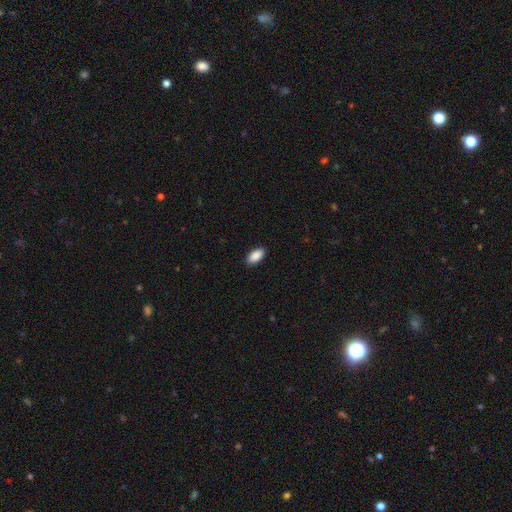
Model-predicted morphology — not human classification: A smooth galaxy with no disk features (90%) that is in between round and cigar-shaped (93%).

Vote fractions:
- Smooth or featured? smooth: 90% / star or artifact: 6% / featured or disk: 3%
- How rounded? in between: 93% / cigar-shaped: 5% / round: 2%
- Merging? none: 89% / minor disturbance: 8% / major disturbance: 2% / merger: 1%